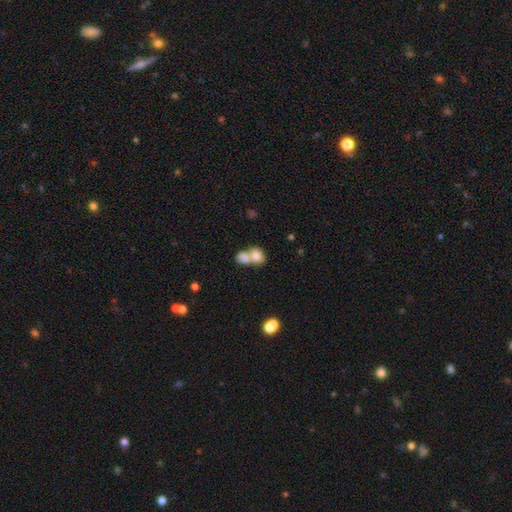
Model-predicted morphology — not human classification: This appears to be a smooth galaxy with no disk features (77%) that is in between round and cigar-shaped (56%). Merging: merger (69%).